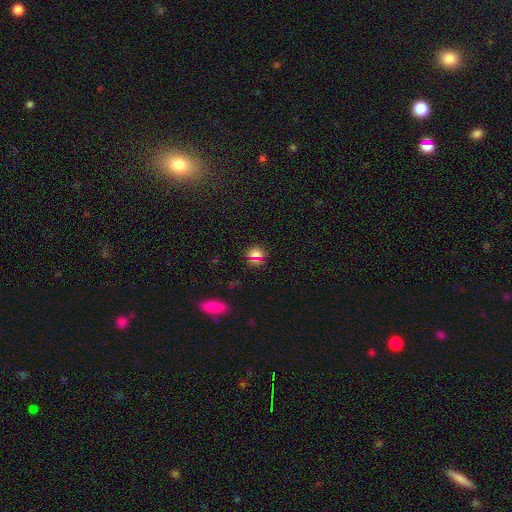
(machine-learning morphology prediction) The model was most divided on "smooth or featured": smooth: 64%, star or artifact: 29%, featured or disk: 6%. More confident: merging — none (86%); how rounded — round (79%).